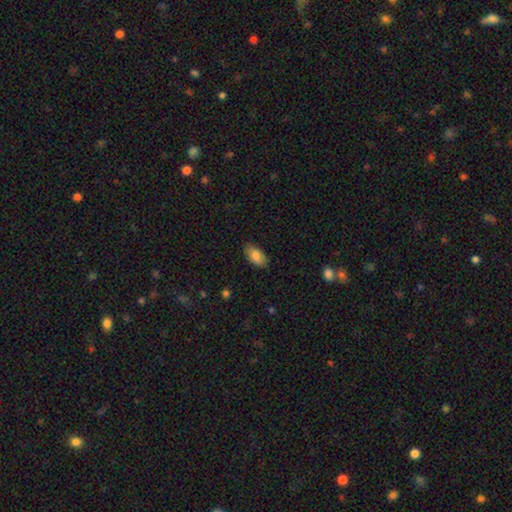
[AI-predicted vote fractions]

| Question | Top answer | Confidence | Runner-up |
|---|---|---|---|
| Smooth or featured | smooth | 82% | featured or disk (11%) |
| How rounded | in between | 94% | round (3%) |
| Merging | none | 86% | minor disturbance (11%) |